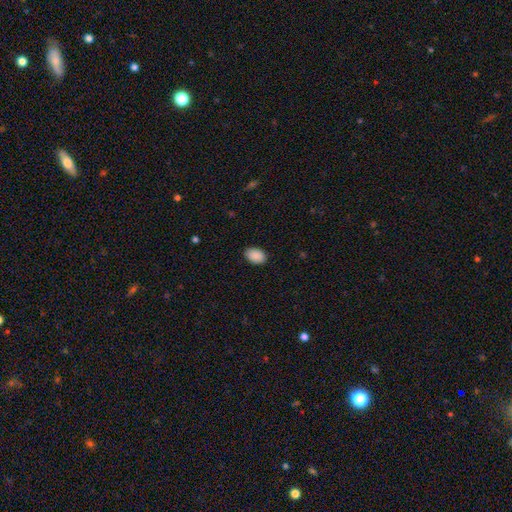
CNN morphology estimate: type=smooth (90%); roundness=in between (88%); merging=none (88%).